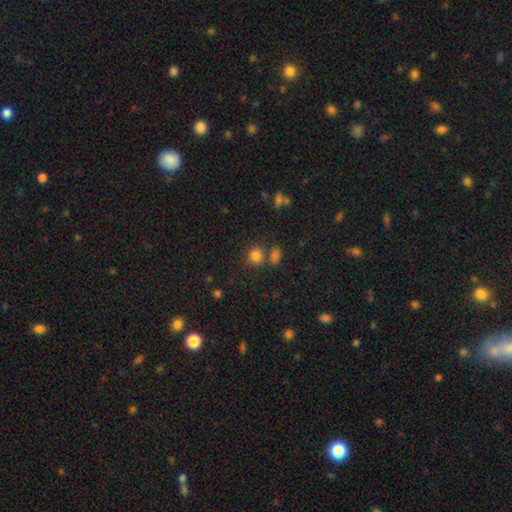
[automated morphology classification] smooth-or-featured: smooth: 80% | star or artifact: 14% | featured or disk: 6%
  how-rounded: round: 78% | in between: 21% | cigar-shaped: 1%
  merging: none: 62% | merger: 22% | minor disturbance: 11% | major disturbance: 5%